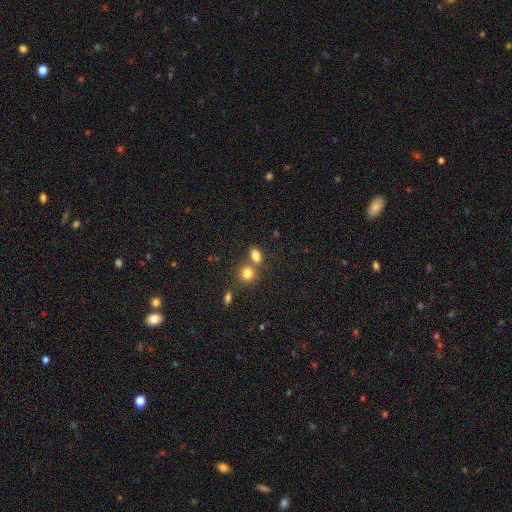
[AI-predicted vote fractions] Smooth or featured?
  - smooth: 81% *
  - star or artifact: 11%
  - featured or disk: 8%
How rounded?
  - in between: 70% *
  - round: 28%
  - cigar-shaped: 2%
Merging?
  - none: 49% *
  - merger: 38%
  - minor disturbance: 10%
  - major disturbance: 4%